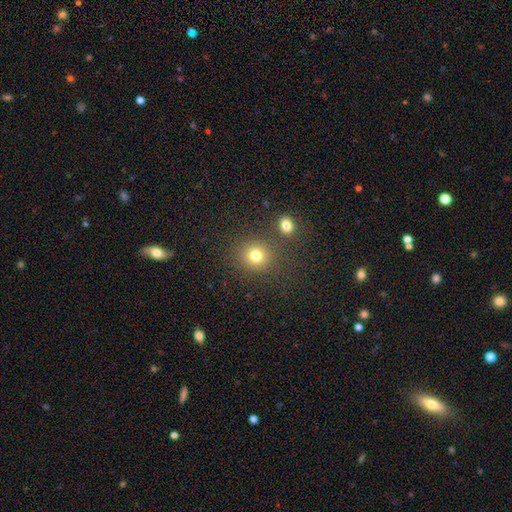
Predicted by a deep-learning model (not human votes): Smooth or featured? smooth (78%)
How rounded? round (86%)
Merging? none (79%)